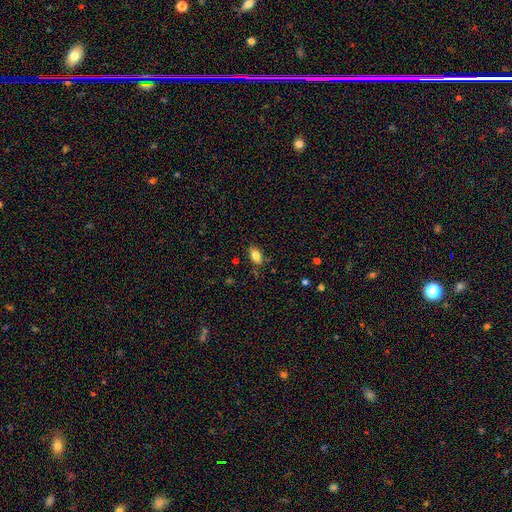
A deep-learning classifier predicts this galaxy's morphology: The model was most divided on "merging": none: 80%, minor disturbance: 14%, major disturbance: 3%, merger: 2%. More confident: how rounded — in between (89%); smooth or featured — smooth (83%).